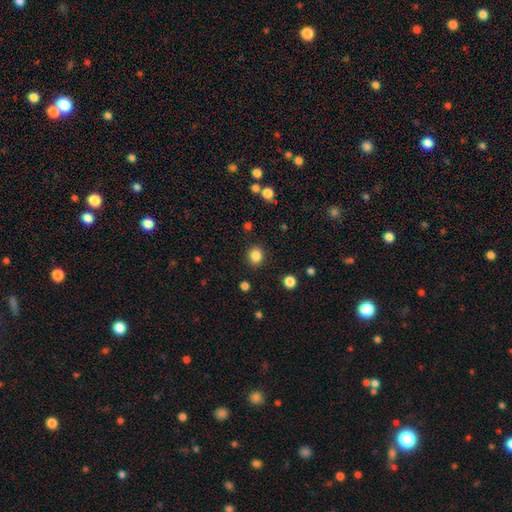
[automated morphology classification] type=smooth (85%); roundness=round (79%); merging=none (90%).